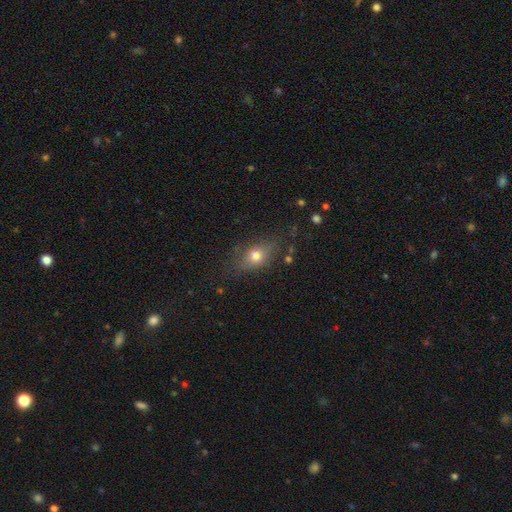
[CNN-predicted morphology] A smooth galaxy with no disk features (69%) that is in between round and cigar-shaped (69%). Merging: none (72%).